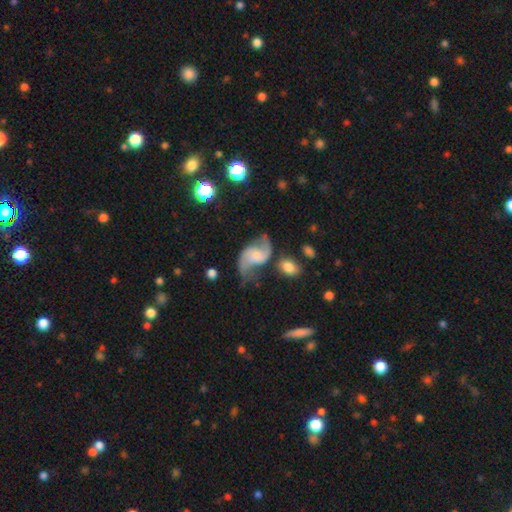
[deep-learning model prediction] Smooth or featured?
  - featured or disk: 84% *
  - smooth: 10%
  - star or artifact: 6%
Edge-on disk?
  - no: 97% *
  - yes: 3%
Bar?
  - no: 53% *
  - weak: 38%
  - strong: 9%
Spiral arms?
  - yes: 95% *
  - no: 5%
Spiral winding?
  - loose: 69% *
  - medium: 26%
  - tight: 5%
Spiral arm count?
  - 2: 92% *
  - can't tell: 3%
  - 1: 2%
  - 3: 1%
  - 4: 1%
  - more than 4: 1%
Bulge size?
  - small: 36% *
  - moderate: 27%
  - none: 26%
  - large: 9%
  - dominant: 2%
Merging?
  - none: 55% *
  - minor disturbance: 21%
  - major disturbance: 15%
  - merger: 9%